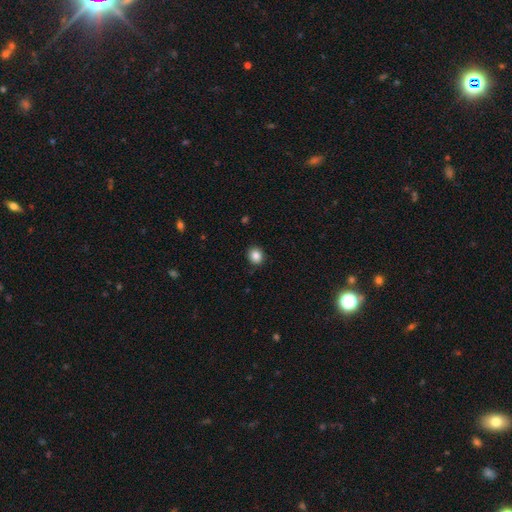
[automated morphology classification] Smooth or featured? smooth (86%)
How rounded? round (73%)
Merging? none (91%)